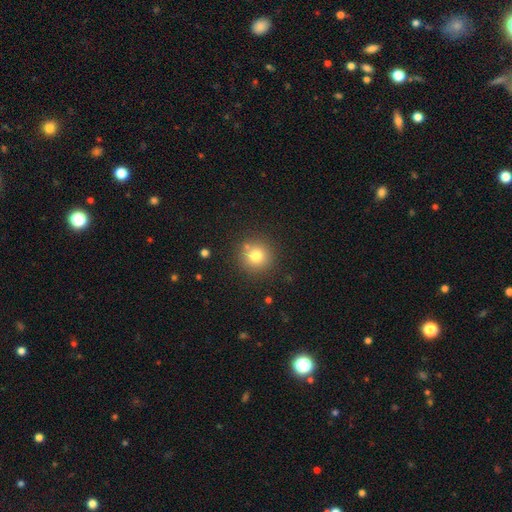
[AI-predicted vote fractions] A smooth galaxy with no disk features (77%) that is round (94%). Merging: none (84%).